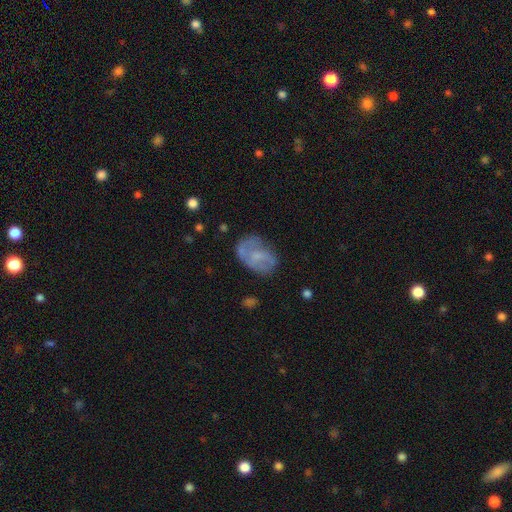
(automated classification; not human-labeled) Morphology: type=featured or disk (48%); merging=none (56%).